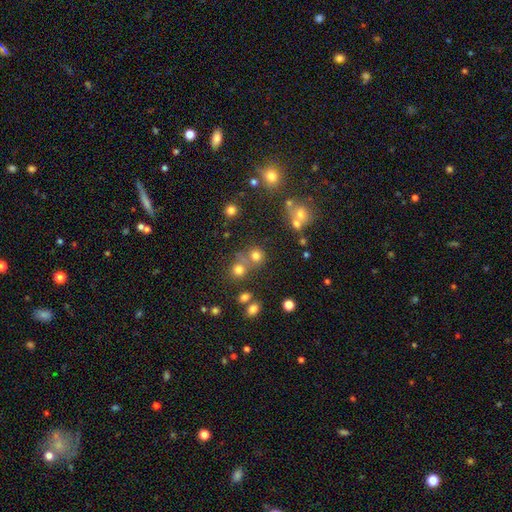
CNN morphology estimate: A smooth galaxy with no disk features (72%) that is round (87%). Merging: none (59%).